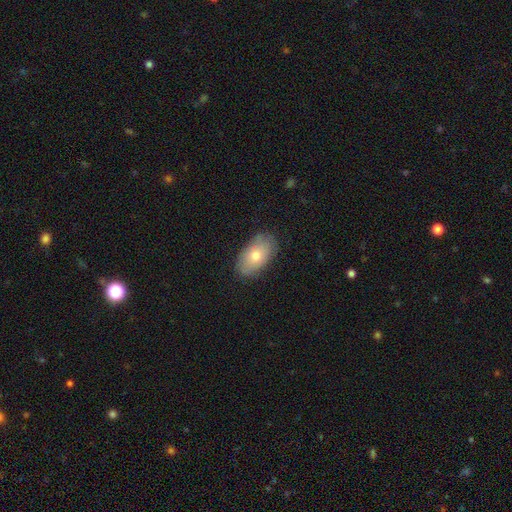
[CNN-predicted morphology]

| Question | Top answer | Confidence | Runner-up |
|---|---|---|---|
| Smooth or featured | smooth | 70% | featured or disk (23%) |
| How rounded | in between | 93% | round (6%) |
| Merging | none | 82% | minor disturbance (14%) |